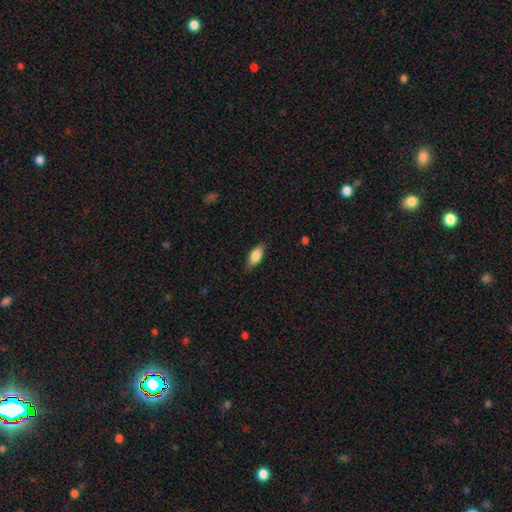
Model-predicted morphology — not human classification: Smooth or featured: smooth — 83% (featured or disk — 11%)
How rounded: in between — 83% (cigar-shaped — 14%)
Merging: none — 84% (minor disturbance — 13%)